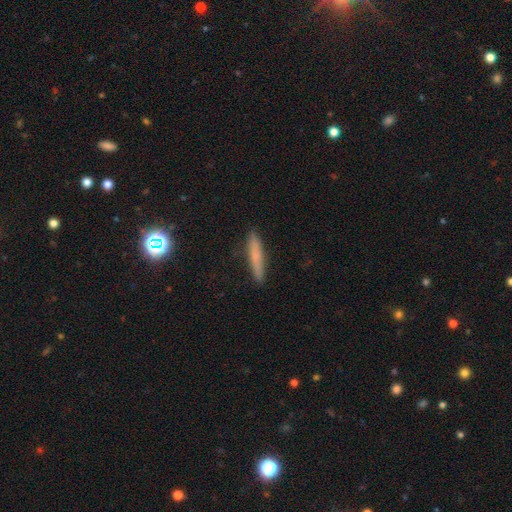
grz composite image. It shows a smooth galaxy with no disk features (74%) that is cigar-shaped (100%). Merging: none (100%).